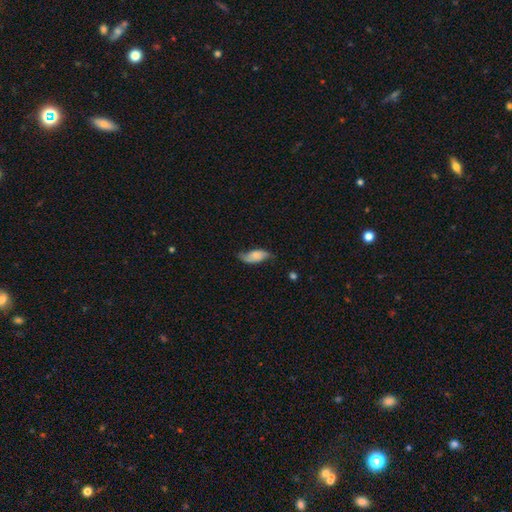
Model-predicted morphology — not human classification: This is possibly a smooth galaxy (58%). How rounded: clearly in between (83%). Merging: possibly none (54%).